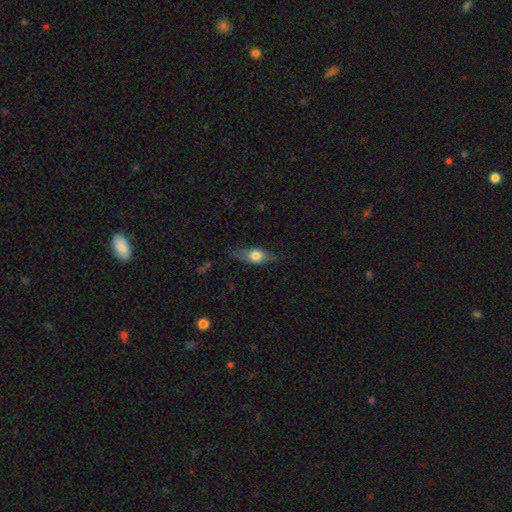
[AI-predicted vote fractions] Smooth or featured?
  - smooth: 55% *
  - featured or disk: 37%
  - star or artifact: 7%
How rounded?
  - in between: 67% *
  - cigar-shaped: 24%
  - round: 10%
Merging?
  - none: 74% *
  - minor disturbance: 19%
  - major disturbance: 5%
  - merger: 1%